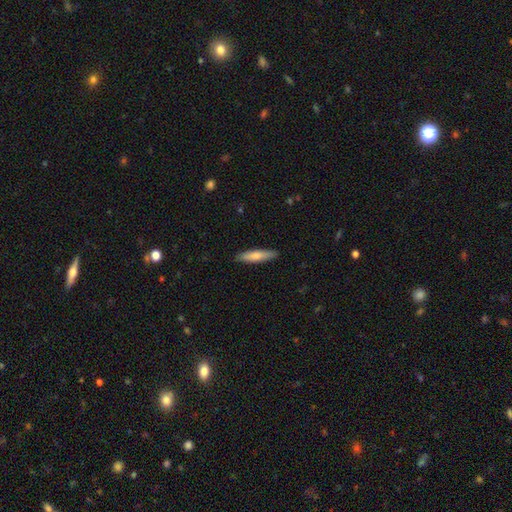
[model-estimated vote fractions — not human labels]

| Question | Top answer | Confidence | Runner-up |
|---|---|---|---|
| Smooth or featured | smooth | 74% | featured or disk (21%) |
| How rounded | cigar-shaped | 83% | in between (16%) |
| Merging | none | 89% | minor disturbance (9%) |